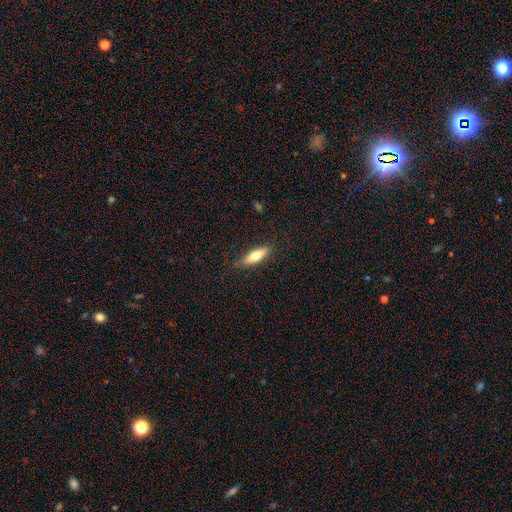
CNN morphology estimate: smooth_or_featured: smooth (p=0.66) [alt: featured or disk p=0.28]
how_rounded: cigar-shaped (p=0.55) [alt: in between p=0.43]
merging: none (p=0.82) [alt: minor disturbance p=0.14]